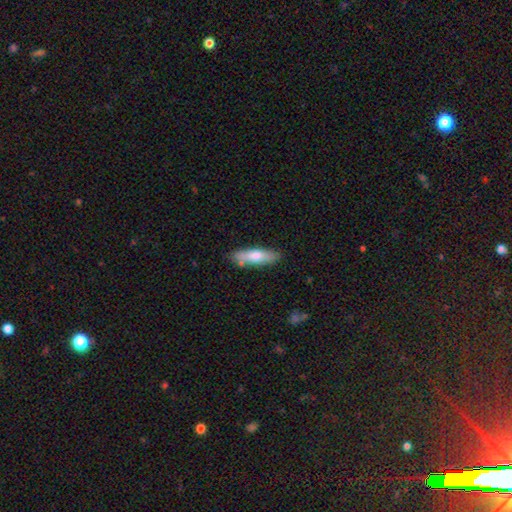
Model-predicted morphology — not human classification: Overall: smooth (71%). How rounded: cigar-shaped (61%; in between 37%). Merging: none (80%).